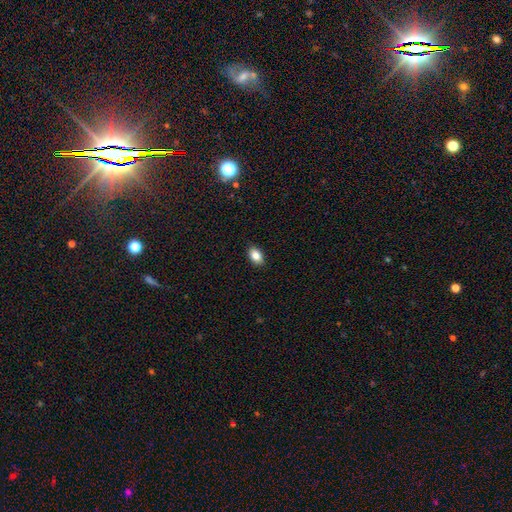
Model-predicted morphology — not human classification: Overall: smooth (84%). How rounded: in between (88%). Merging: none (90%).